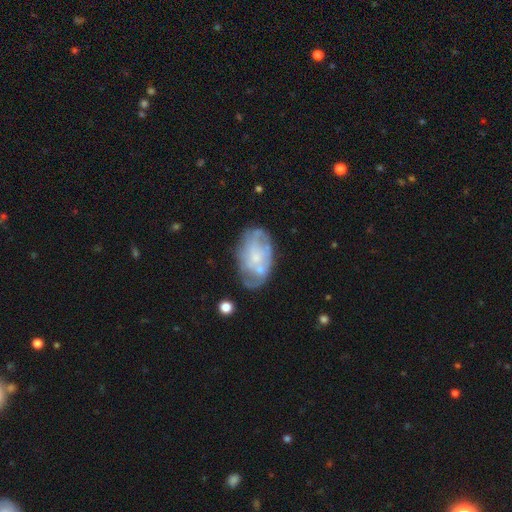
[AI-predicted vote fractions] Overall: featured or disk (64%; smooth 29%). Edge-on disk: no (96%). Bar: no (80%). Spiral arms: no (51%; yes 49%). Bulge size: small (50%; moderate 24%). Merging: none (51%; minor disturbance 24%).